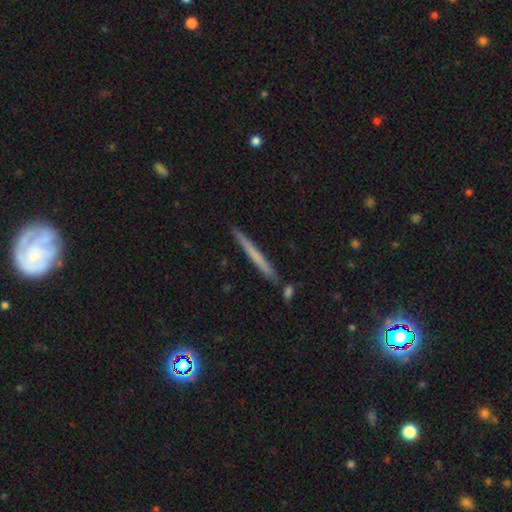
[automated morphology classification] Smooth or featured? Predicted: smooth (p=0.54). How rounded? Predicted: cigar-shaped (p=0.97). Merging? Predicted: none (p=0.88).